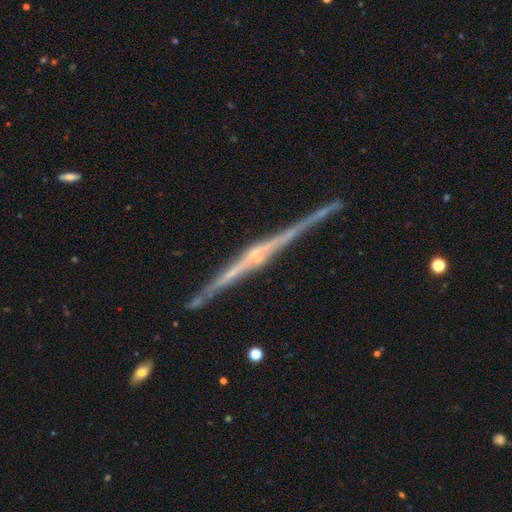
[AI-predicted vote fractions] The model was most divided on "edge-on bulge": rounded: 63%, none: 23%, boxy: 13%. More confident: edge-on disk — yes (98%); smooth or featured — featured or disk (89%); merging — none (88%).